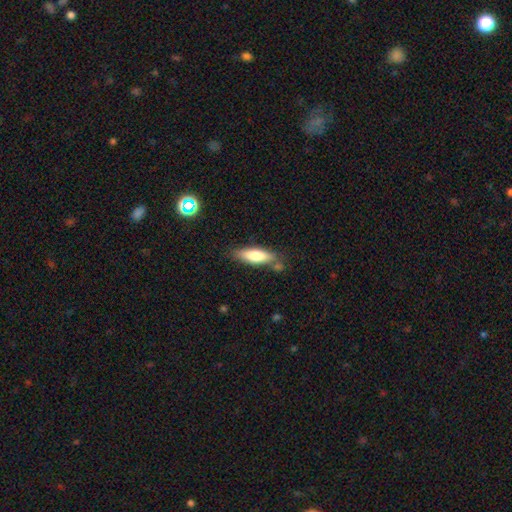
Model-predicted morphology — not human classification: smooth-or-featured: smooth: 74% | featured or disk: 20% | star or artifact: 6%
  how-rounded: in between: 49% (tied) | cigar-shaped: 49% (tied) | round: 2%
  merging: none: 71% | minor disturbance: 17% | merger: 7% | major disturbance: 4%